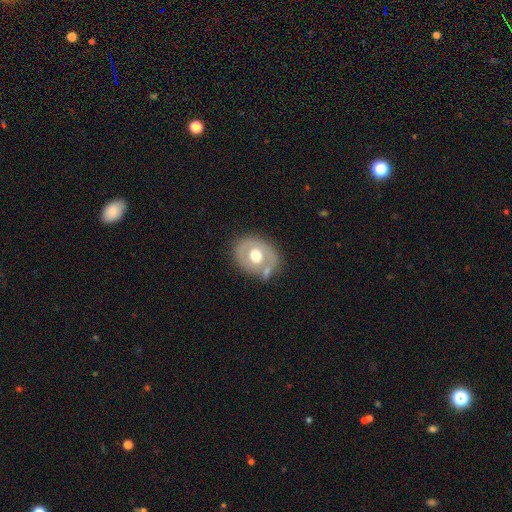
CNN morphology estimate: Q: Smooth or featured?
A: featured or disk (48%); runner-up: smooth (45%)
Q: Merging?
A: none (61%); runner-up: minor disturbance (20%)